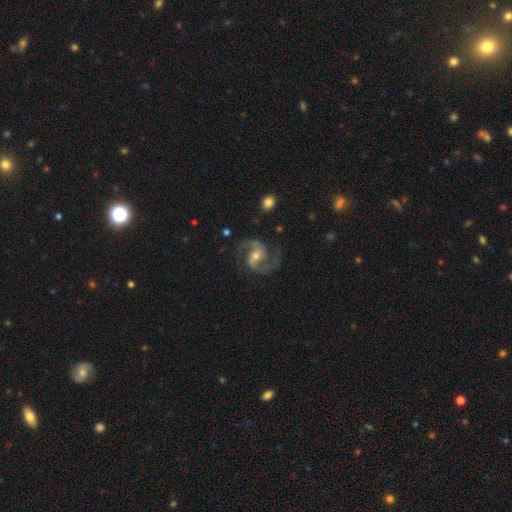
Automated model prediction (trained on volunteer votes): smooth_or_featured: featured or disk (p=0.91) [alt: star or artifact p=0.04]
disk_edge_on: no (p=0.98) [alt: yes p=0.02]
bar: weak (p=0.43) [alt: strong p=0.28]
has_spiral_arms: yes (p=0.98) [alt: no p=0.02]
spiral_winding: medium (p=0.63) [alt: loose p=0.24]
spiral_arm_count: 2 (p=0.94) [alt: can't tell p=0.02]
bulge_size: moderate (p=0.50) [alt: small p=0.44]
merging: none (p=0.79) [alt: minor disturbance p=0.13]